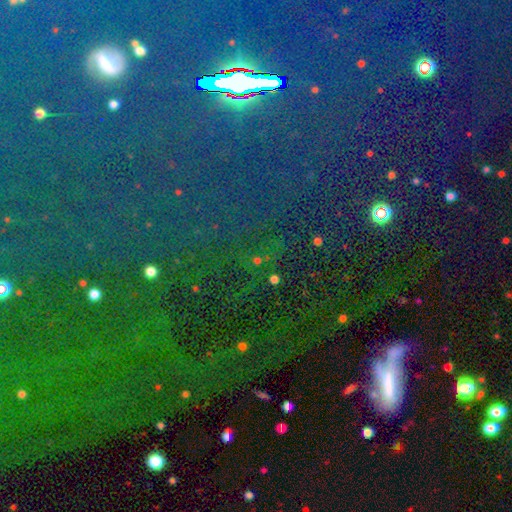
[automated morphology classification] Smooth or featured? star or artifact (78%)